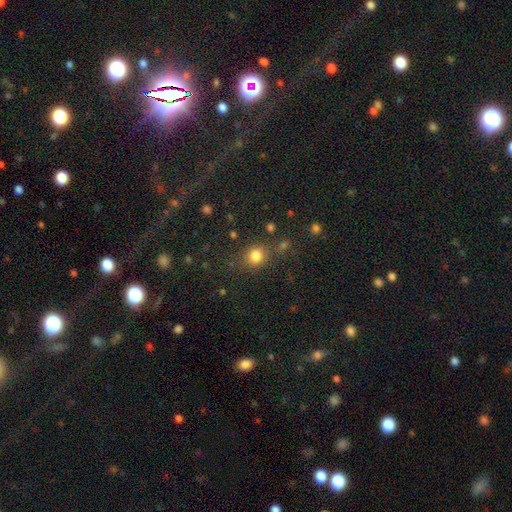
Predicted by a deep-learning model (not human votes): smooth 81%, star or artifact 14%, featured or disk 6%. Down the decision tree: how rounded — round (76%); merging — none (76%).